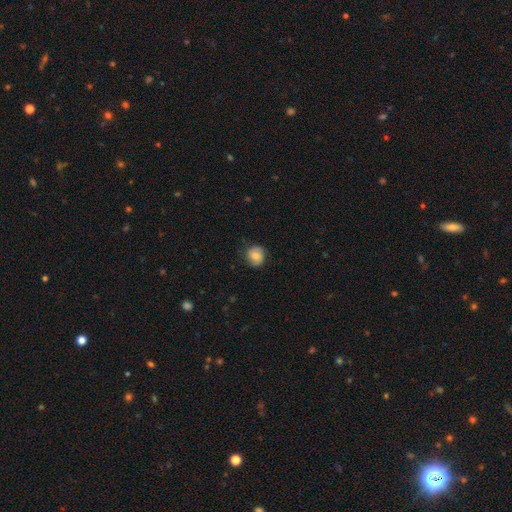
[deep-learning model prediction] The model was most divided on "smooth or featured": smooth: 71%, featured or disk: 21%, star or artifact: 9%. More confident: how rounded — round (82%); merging — none (78%).